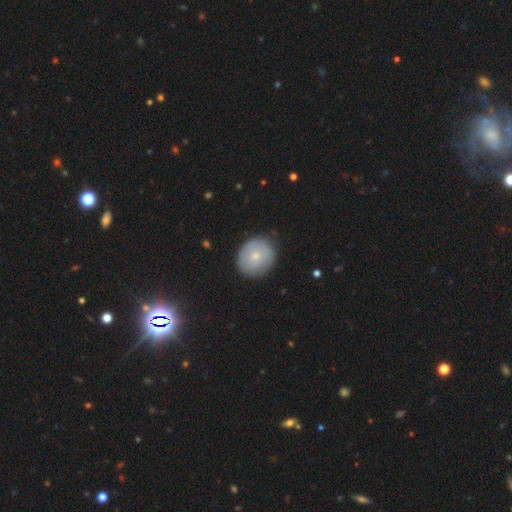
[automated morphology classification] Smooth or featured: smooth — 61% (featured or disk — 32%)
How rounded: round — 75% (in between — 24%)
Merging: none — 81% (minor disturbance — 14%)